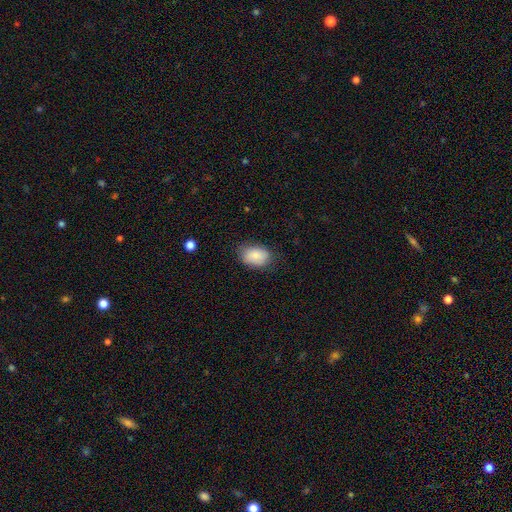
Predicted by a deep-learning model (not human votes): smooth 86%, featured or disk 7%, star or artifact 7%. Down the decision tree: how rounded — in between (79%); merging — none (75%).